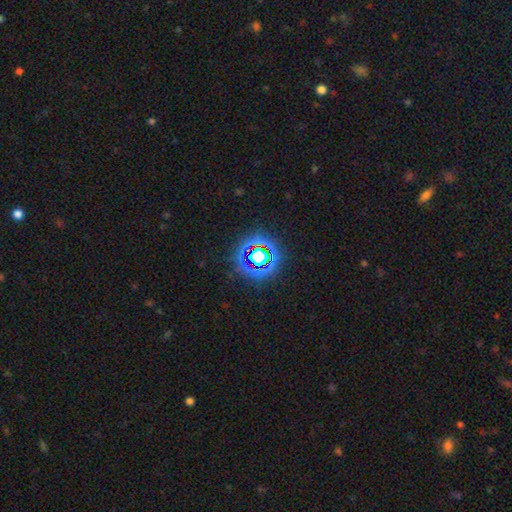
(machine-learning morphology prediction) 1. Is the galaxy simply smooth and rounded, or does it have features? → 80% star or artifact, 12% smooth, 8% featured or disk.